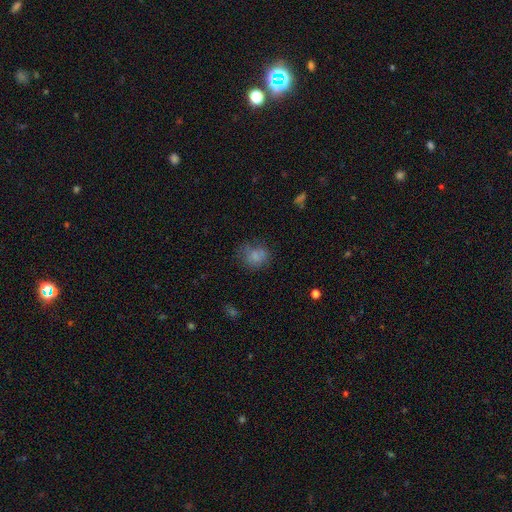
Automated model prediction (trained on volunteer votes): This appears to be a smooth galaxy with no disk features (74%) that is round (63%). Merging: none (57%).